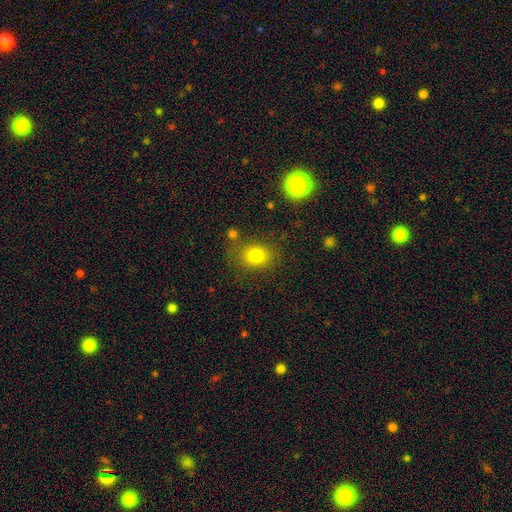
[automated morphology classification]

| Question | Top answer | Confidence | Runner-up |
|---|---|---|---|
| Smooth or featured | smooth | 78% | star or artifact (13%) |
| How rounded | round | 51% | in between (48%) |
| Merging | none | 76% | minor disturbance (13%) |